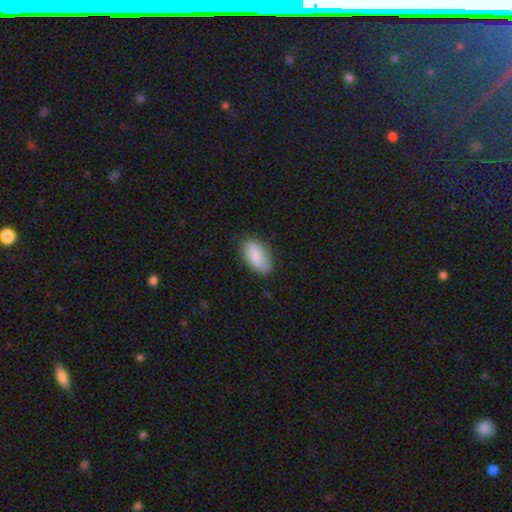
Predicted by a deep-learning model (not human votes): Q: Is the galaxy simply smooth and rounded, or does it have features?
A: smooth — 86%.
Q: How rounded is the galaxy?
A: in between — 93%.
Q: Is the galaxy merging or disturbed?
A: none — 81%.